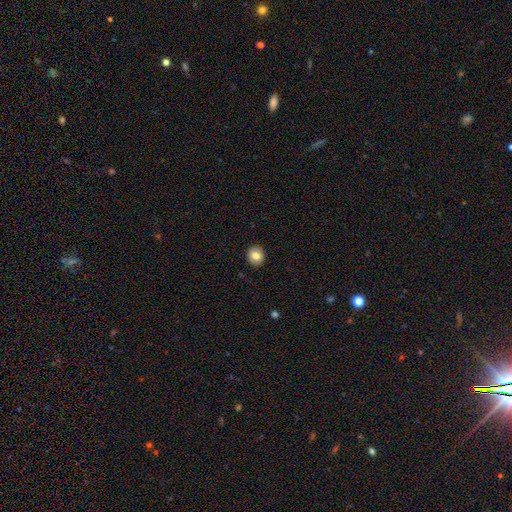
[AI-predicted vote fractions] The model was most divided on "how rounded": round: 75%, in between: 24%, cigar-shaped: 1%. More confident: merging — none (91%); smooth or featured — smooth (81%).